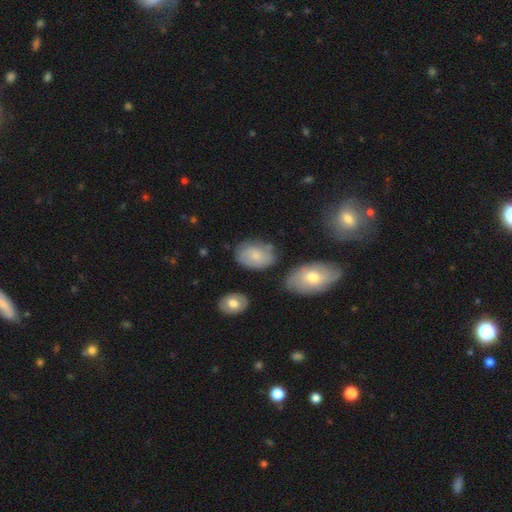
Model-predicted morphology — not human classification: A smooth galaxy with no disk features (68%) that is in between round and cigar-shaped (84%).

Vote fractions:
- Smooth or featured? smooth: 68% / featured or disk: 24% / star or artifact: 8%
- How rounded? in between: 84% / round: 14% / cigar-shaped: 1%
- Merging? none: 66% / minor disturbance: 22% / major disturbance: 6% / merger: 6%